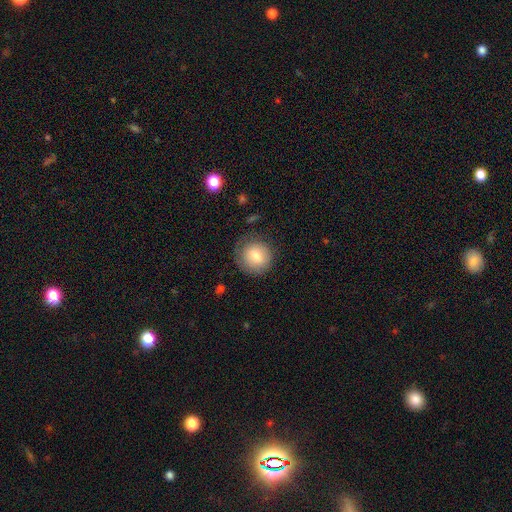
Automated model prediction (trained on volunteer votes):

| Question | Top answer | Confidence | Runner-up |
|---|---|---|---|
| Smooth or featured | smooth | 76% | featured or disk (16%) |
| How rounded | round | 86% | in between (13%) |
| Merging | none | 77% | minor disturbance (15%) |